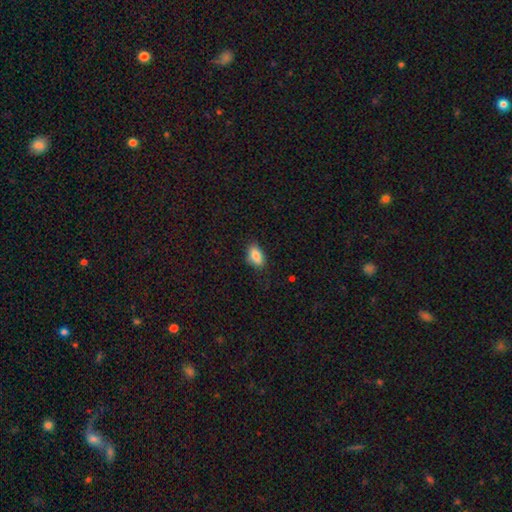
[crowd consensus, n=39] Volunteers were most divided on "merging": none: 74%, minor disturbance: 23%, major disturbance: 3%, merger: 0%. More confident: smooth or featured — smooth (87%); how rounded — in between (85%).